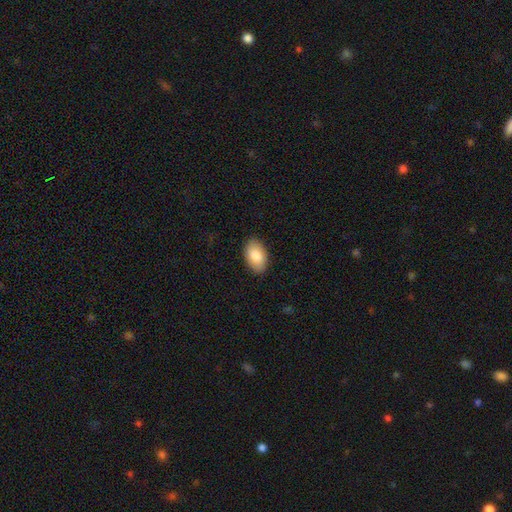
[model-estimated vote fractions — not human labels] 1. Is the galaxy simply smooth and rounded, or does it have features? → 85% smooth, 9% featured or disk, 6% star or artifact.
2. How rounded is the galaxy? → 94% in between, 5% round, 1% cigar-shaped.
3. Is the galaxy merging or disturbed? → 88% none, 9% minor disturbance, 2% major disturbance, 1% merger.